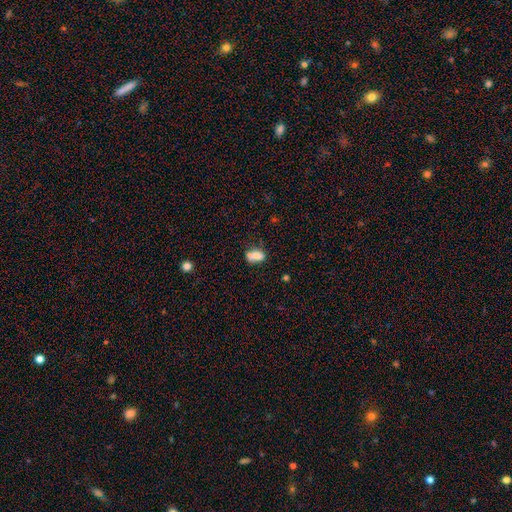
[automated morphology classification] Smooth or featured? Predicted: smooth (p=0.76). How rounded? Predicted: in between (p=0.81). Merging? Predicted: none (p=0.44).